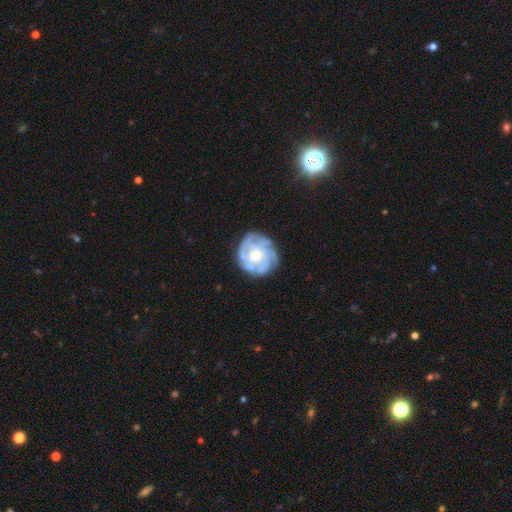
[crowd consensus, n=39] A featured or disk galaxy (82%) with no bar (71%), more than 4 (60%) tight (67%) spiral arms (97%) and a moderate central bulge (45%).

Vote fractions:
- Smooth or featured? featured or disk: 82% / smooth: 15% / star or artifact: 3%
- Edge-on disk? no: 97% / yes: 3%
- Bar? no: 71% / weak: 26% / strong: 3%
- Spiral arms? yes: 97% / no: 3%
- Spiral winding? tight: 67% / medium: 20% / loose: 13%
- Spiral arm count? more than 4: 60% / can't tell: 33% / 4: 7% / 1: 0% / 2: 0% / 3: 0%
- Bulge size? moderate: 45% / small: 29% / large: 23% / none: 3% / dominant: 0%
- Merging? none: 84% / major disturbance: 8% / minor disturbance: 5% / merger: 3%